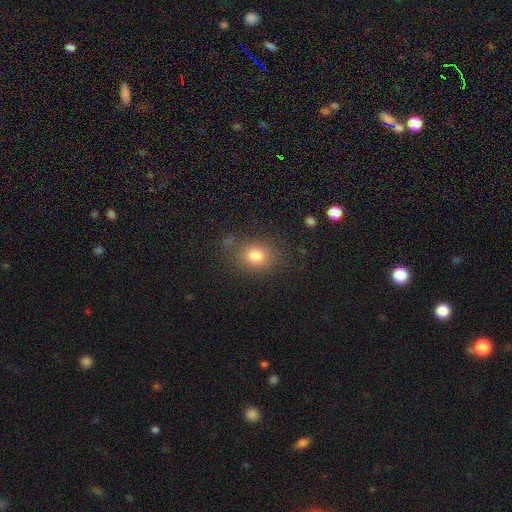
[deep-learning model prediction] The model was most divided on "how rounded": round: 56%, in between: 43%, cigar-shaped: 1%. More confident: smooth or featured — smooth (79%); merging — none (76%).